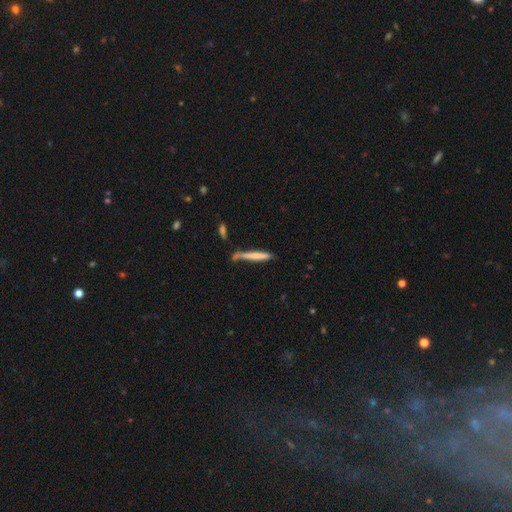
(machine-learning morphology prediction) type=smooth (66%); roundness=cigar-shaped (95%); merging=none (59%).